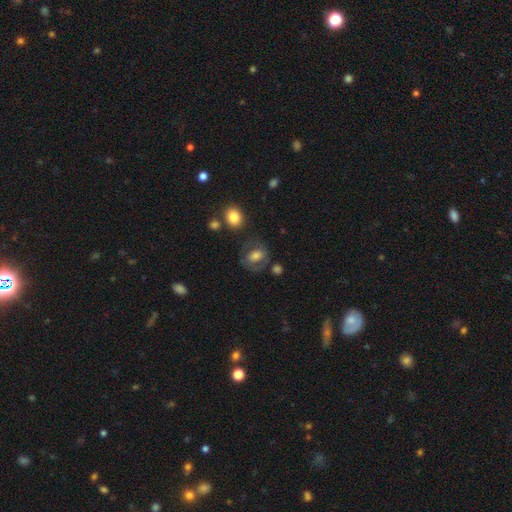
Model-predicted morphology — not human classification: A smooth galaxy with no disk features (58%) that is in between round and cigar-shaped (58%). Merging: none (59%).